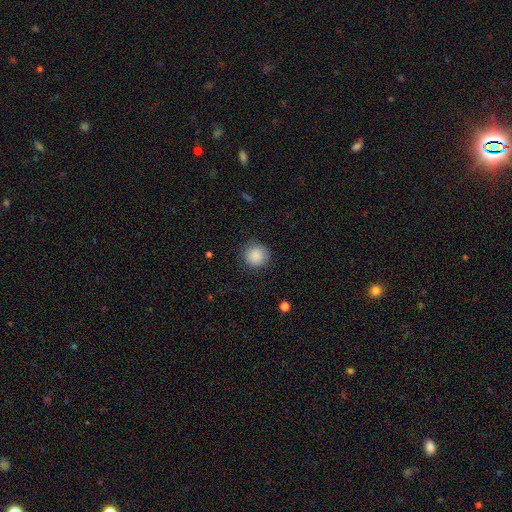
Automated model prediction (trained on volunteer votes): smooth 87%, star or artifact 8%, featured or disk 4%. Down the decision tree: how rounded — round (94%); merging — none (85%).